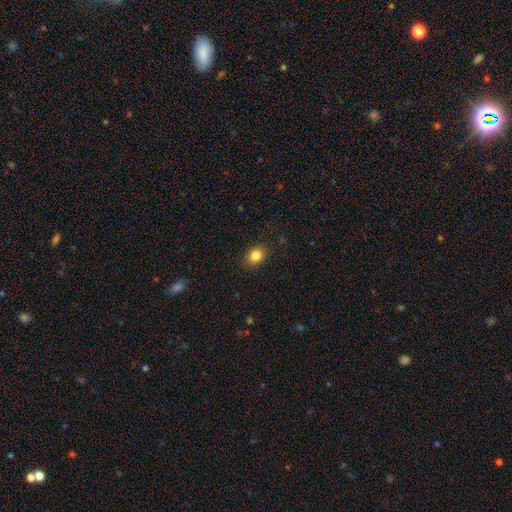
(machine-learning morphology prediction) A smooth galaxy with no disk features (84%) that is round (56%). Merging: none (88%).